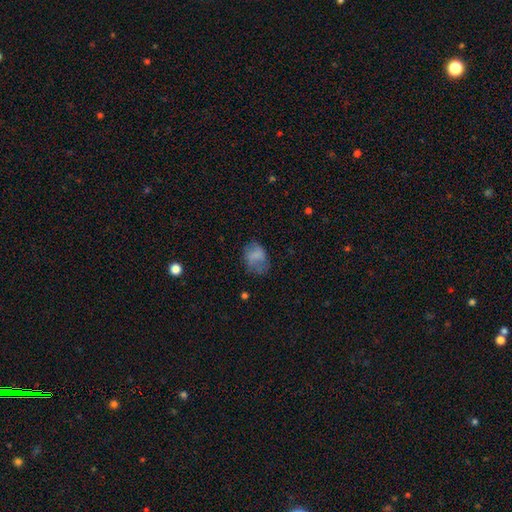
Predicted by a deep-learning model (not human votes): Smooth or featured? smooth (67%)
How rounded? in between (66%)
Merging? none (50%)